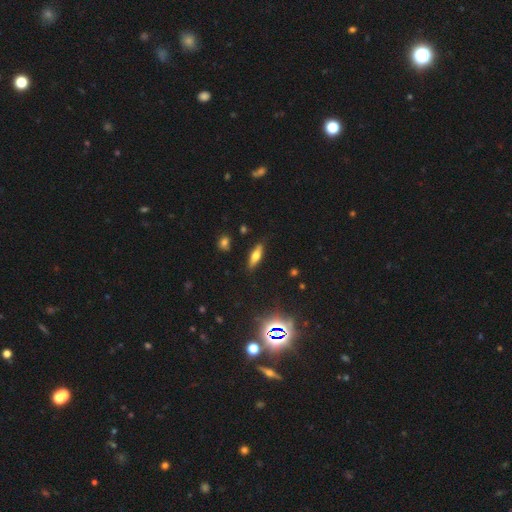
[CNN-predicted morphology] Smooth or featured: smooth — 53% (featured or disk — 35%)
How rounded: cigar-shaped — 50% (in between — 47%)
Merging: none — 85% (minor disturbance — 11%)